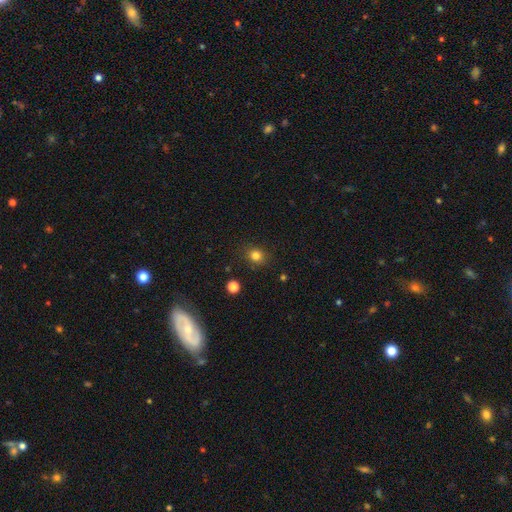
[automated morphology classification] smooth 81%, star or artifact 13%, featured or disk 5%. Down the decision tree: how rounded — round (75%); merging — none (86%).